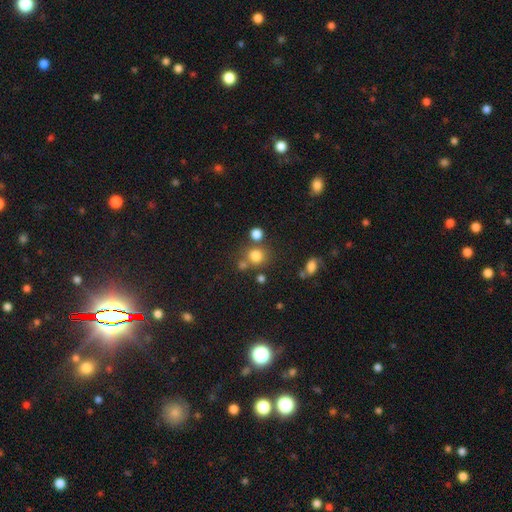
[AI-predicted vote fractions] The model was most divided on "merging": none: 67%, merger: 18%, minor disturbance: 10%, major disturbance: 5%. More confident: how rounded — round (85%); smooth or featured — smooth (77%).